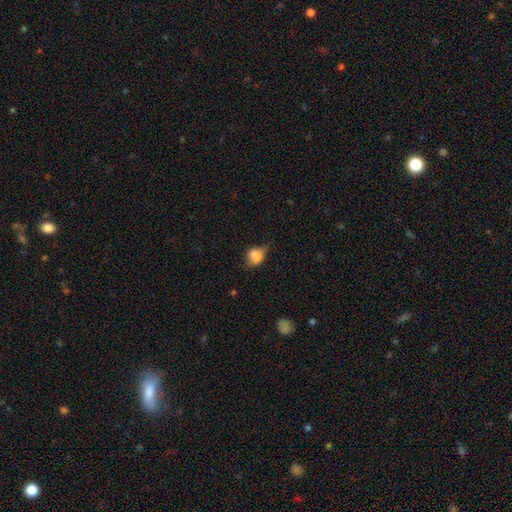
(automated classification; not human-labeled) Smooth or featured: smooth — 76% (featured or disk — 14%)
How rounded: round — 55% (in between — 44%)
Merging: none — 42% (minor disturbance — 39%)